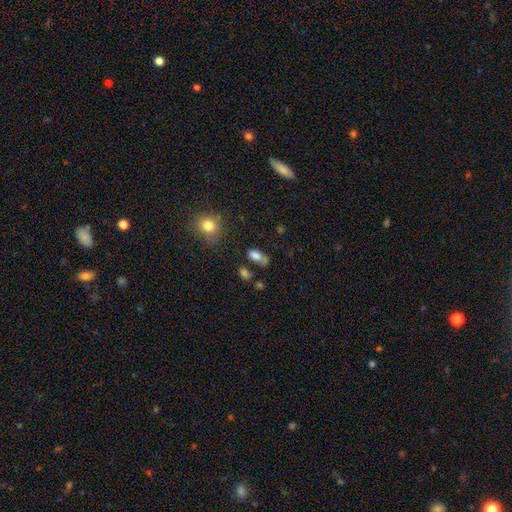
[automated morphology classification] type=smooth (80%); roundness=in between (88%); merging=none (49%).